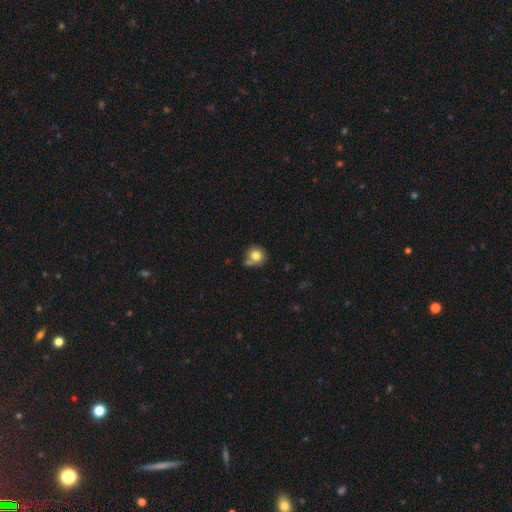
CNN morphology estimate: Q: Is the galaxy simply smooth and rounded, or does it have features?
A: smooth — 79%.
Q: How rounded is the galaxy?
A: round — 84%.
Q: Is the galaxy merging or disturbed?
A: none — 58%.